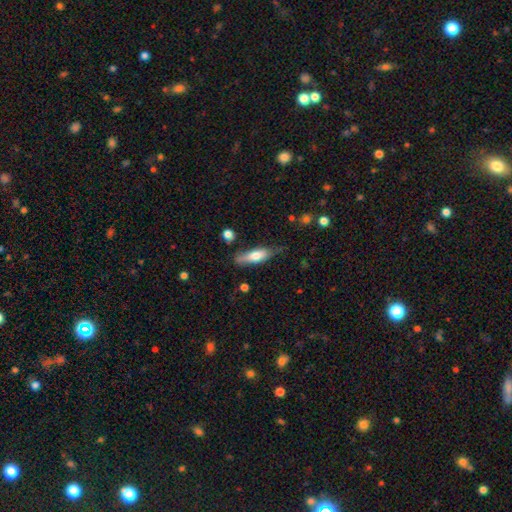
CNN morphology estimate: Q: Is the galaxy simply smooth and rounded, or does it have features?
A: smooth — 65%.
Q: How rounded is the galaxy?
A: in between — 53%.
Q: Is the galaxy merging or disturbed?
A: none — 62%.